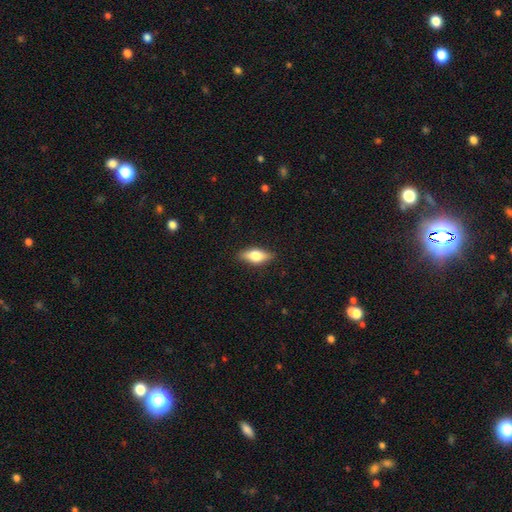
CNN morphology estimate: type=smooth (62%); roundness=in between (76%); merging=none (86%).